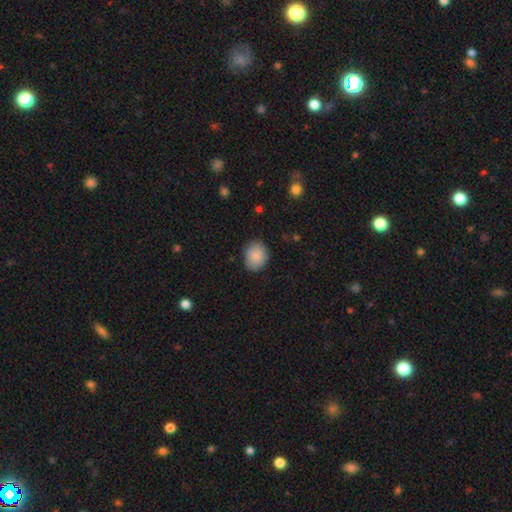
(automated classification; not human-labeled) Smooth or featured?
  - smooth: 87% *
  - star or artifact: 7%
  - featured or disk: 6%
How rounded?
  - in between: 52% *
  - round: 47%
  - cigar-shaped: 1%
Merging?
  - none: 83% *
  - minor disturbance: 13%
  - major disturbance: 3%
  - merger: 1%